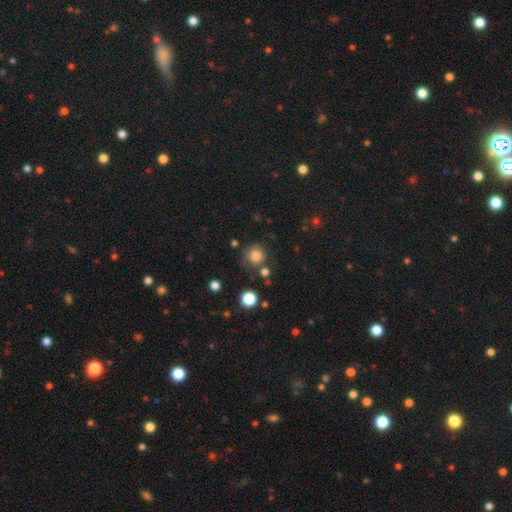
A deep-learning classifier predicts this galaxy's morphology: Smooth or featured: smooth — 82% (star or artifact — 13%)
How rounded: round — 91% (in between — 8%)
Merging: none — 75% (minor disturbance — 13%)